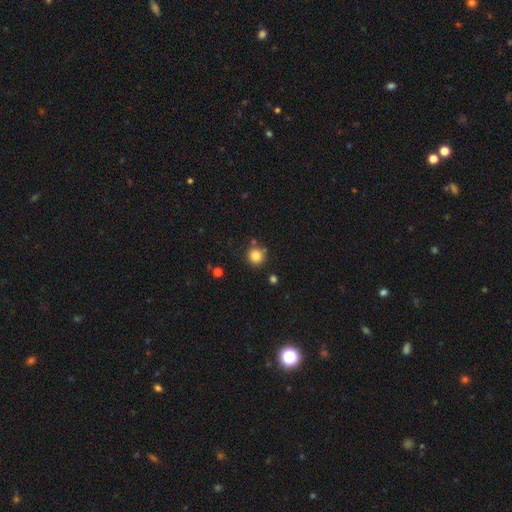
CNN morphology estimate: The model was most divided on "merging": none: 80%, minor disturbance: 10%, merger: 7%, major disturbance: 3%. More confident: how rounded — round (93%); smooth or featured — smooth (84%).